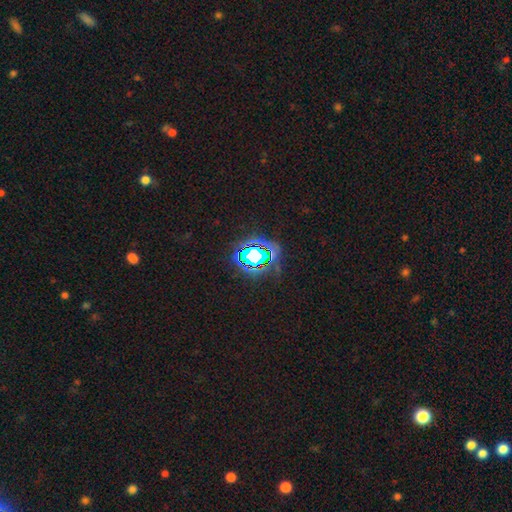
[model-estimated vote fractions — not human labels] smooth_or_featured: star or artifact (p=0.69) [alt: smooth p=0.18]